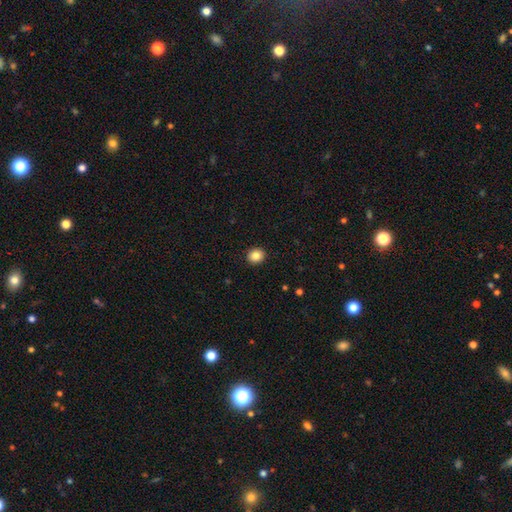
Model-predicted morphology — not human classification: Overall: smooth (86%). How rounded: round (77%). Merging: none (92%).